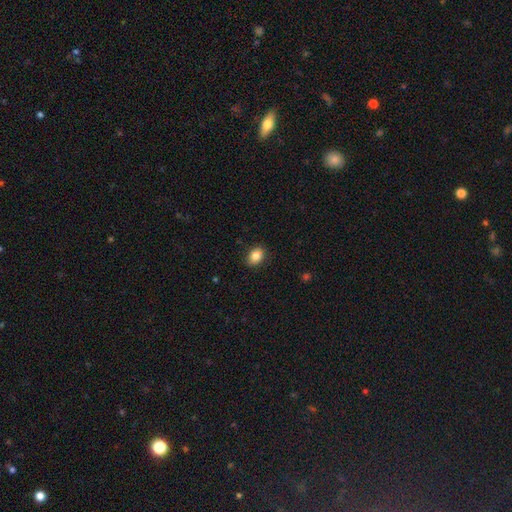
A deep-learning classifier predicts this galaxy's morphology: A smooth galaxy with no disk features (85%) that is in between round and cigar-shaped (71%).

Vote fractions:
- Smooth or featured? smooth: 85% / star or artifact: 9% / featured or disk: 6%
- How rounded? in between: 71% / round: 28% / cigar-shaped: 1%
- Merging? none: 88% / minor disturbance: 9% / major disturbance: 2% / merger: 1%